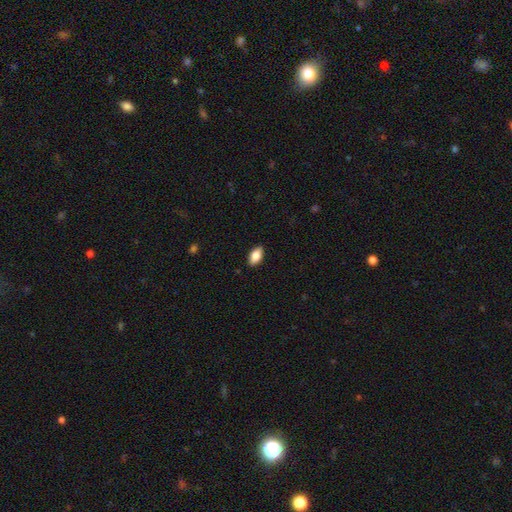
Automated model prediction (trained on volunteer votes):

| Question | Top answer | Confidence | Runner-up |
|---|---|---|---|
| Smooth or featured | smooth | 84% | featured or disk (9%) |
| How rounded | in between | 92% | cigar-shaped (5%) |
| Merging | none | 89% | minor disturbance (9%) |